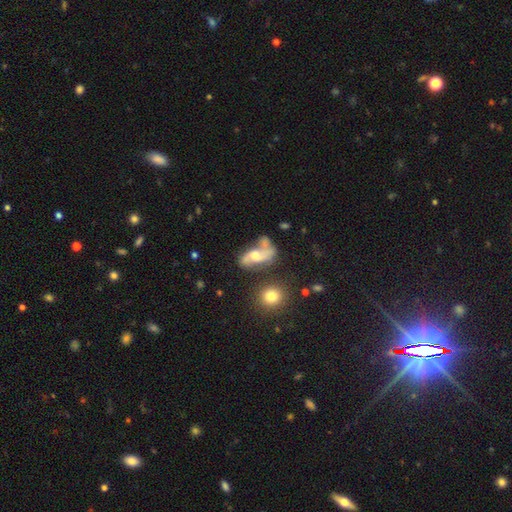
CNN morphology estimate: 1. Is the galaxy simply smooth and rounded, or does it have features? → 69% featured or disk, 22% smooth, 9% star or artifact.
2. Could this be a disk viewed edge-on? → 94% no, 6% yes.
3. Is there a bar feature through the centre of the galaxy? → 58% no, 32% weak, 10% strong.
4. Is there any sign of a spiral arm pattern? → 80% yes, 20% no.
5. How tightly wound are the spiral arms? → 68% loose, 24% medium, 7% tight.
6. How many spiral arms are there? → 86% 2, 6% can't tell, 4% 1, 2% 3, 1% 4, 1% more than 4.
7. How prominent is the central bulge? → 56% moderate, 23% small, 13% large, 6% none, 2% dominant.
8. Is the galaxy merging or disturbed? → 38% none, 24% merger, 20% major disturbance, 19% minor disturbance.